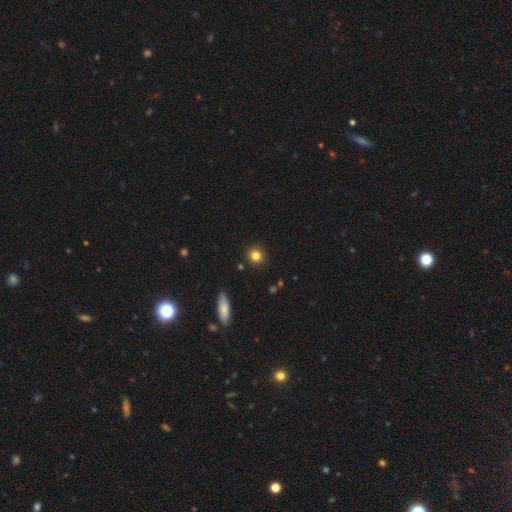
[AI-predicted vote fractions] smooth 82%, star or artifact 11%, featured or disk 7%. Down the decision tree: how rounded — round (91%); merging — none (90%).